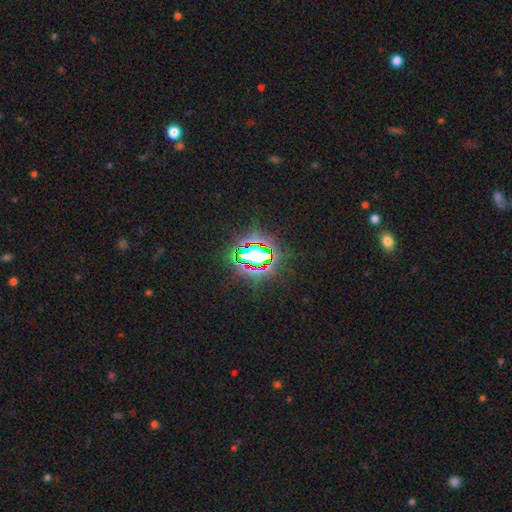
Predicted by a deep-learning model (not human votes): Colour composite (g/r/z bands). It shows a star or artifact, not a galaxy (73%).